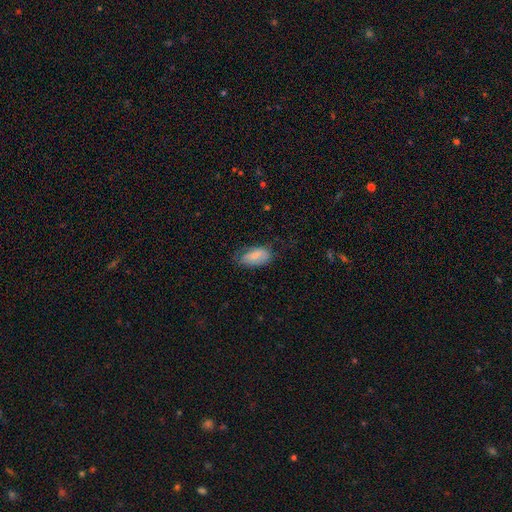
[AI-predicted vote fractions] smooth 76%, featured or disk 18%, star or artifact 7%. Down the decision tree: how rounded — in between (93%); merging — none (59%).